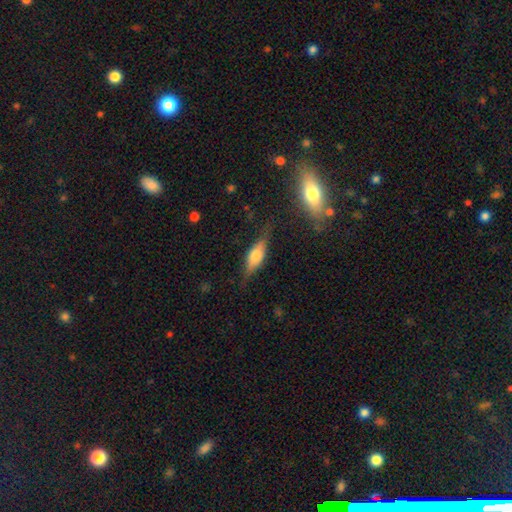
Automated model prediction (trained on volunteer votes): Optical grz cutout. It shows a smooth galaxy with no disk features (51%) that is in between round and cigar-shaped (62%). Merging: none (72%).